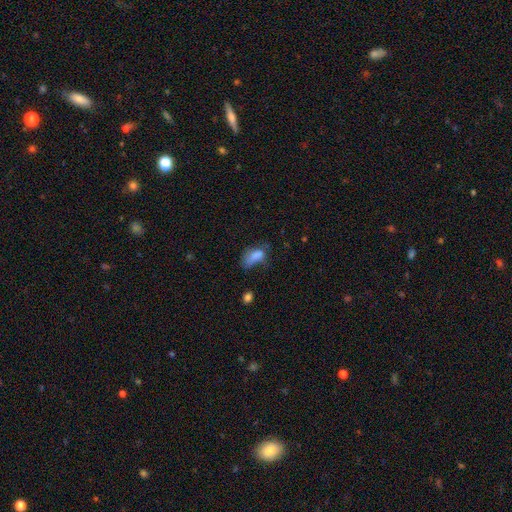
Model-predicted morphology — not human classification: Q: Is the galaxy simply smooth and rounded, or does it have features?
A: smooth — 75%.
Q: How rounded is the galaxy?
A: in between — 89%.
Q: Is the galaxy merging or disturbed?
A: major disturbance — 36%.